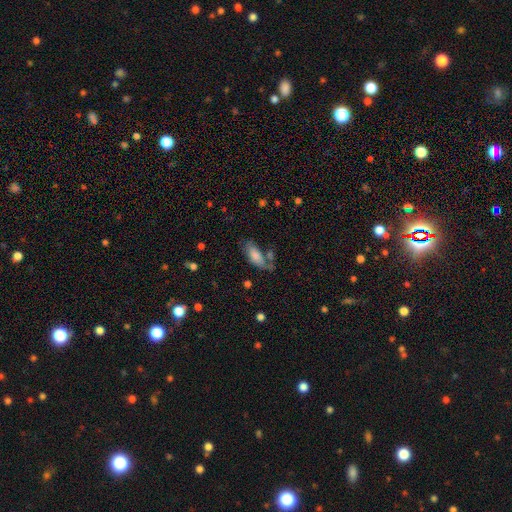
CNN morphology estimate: The model was most divided on "merging": none: 50%, minor disturbance: 24%, merger: 14%, major disturbance: 11%. More confident: smooth or featured — smooth (78%); how rounded — in between (78%).